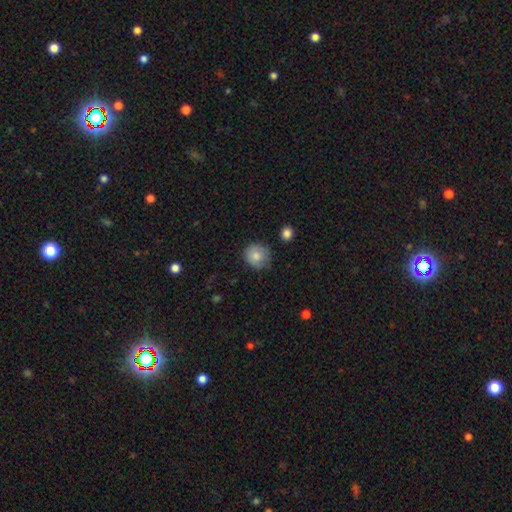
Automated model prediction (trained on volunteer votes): smooth 82%, featured or disk 10%, star or artifact 8%. Down the decision tree: how rounded — round (90%); merging — none (72%).